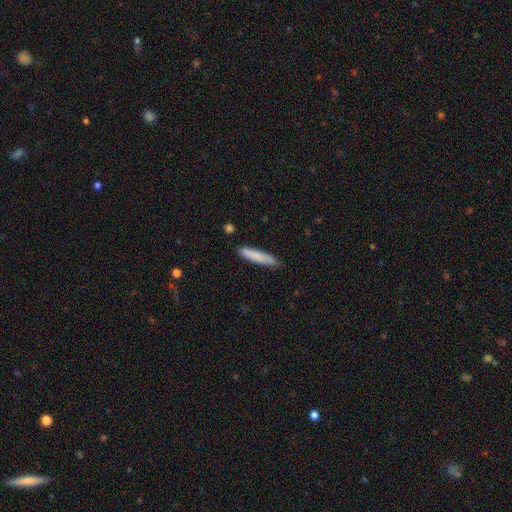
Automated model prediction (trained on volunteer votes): Smooth or featured: smooth — 83% (featured or disk — 11%)
How rounded: cigar-shaped — 86% (in between — 13%)
Merging: none — 83% (minor disturbance — 13%)